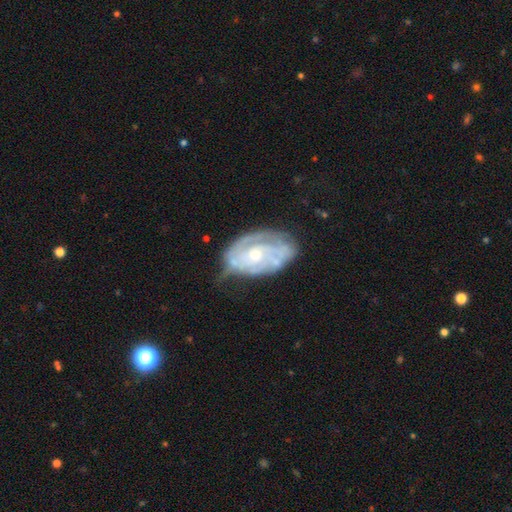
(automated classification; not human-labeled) This appears to be a featured or disk galaxy (78%) with no bar (72%), tight (60%) spiral arms (81%) and a small central bulge (50%). Merging: none (50%).